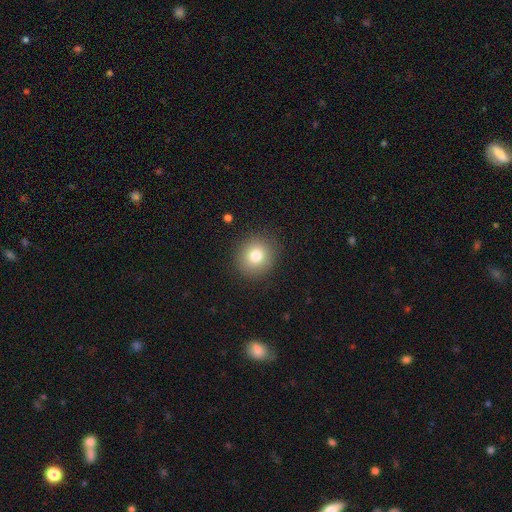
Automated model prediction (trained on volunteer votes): smooth_or_featured: smooth (p=0.79) [alt: star or artifact p=0.11]
how_rounded: round (p=0.88) [alt: in between p=0.11]
merging: none (p=0.89) [alt: minor disturbance p=0.07]